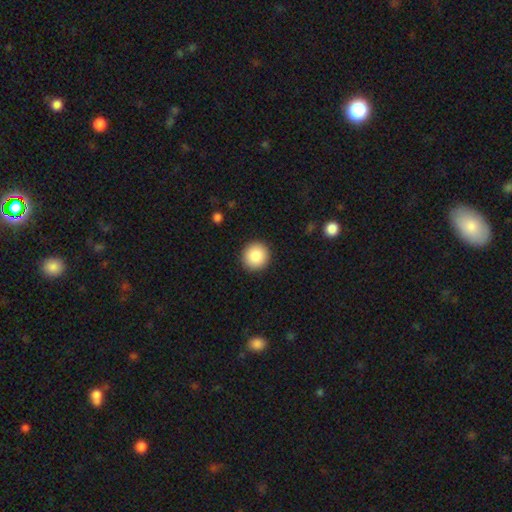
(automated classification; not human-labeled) smooth_or_featured: smooth (p=0.87) [alt: star or artifact p=0.08]
how_rounded: round (p=0.94) [alt: in between p=0.05]
merging: none (p=0.92) [alt: minor disturbance p=0.05]